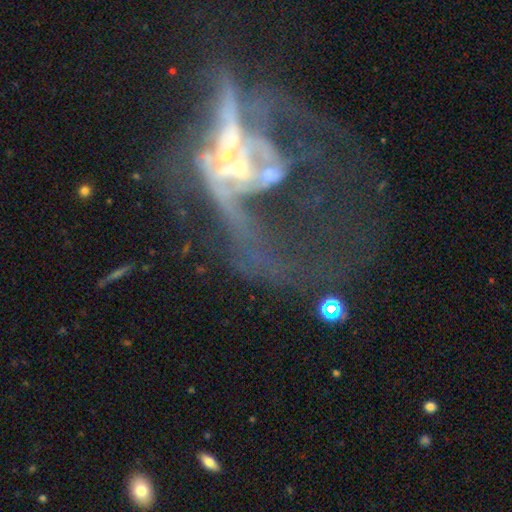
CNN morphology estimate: Overall: featured or disk (69%). Edge-on disk: no (88%). Bar: no (76%). Spiral arms: no (68%; yes 32%). Bulge size: small (35%; moderate 33%). Merging: major disturbance (41%; merger 40%).